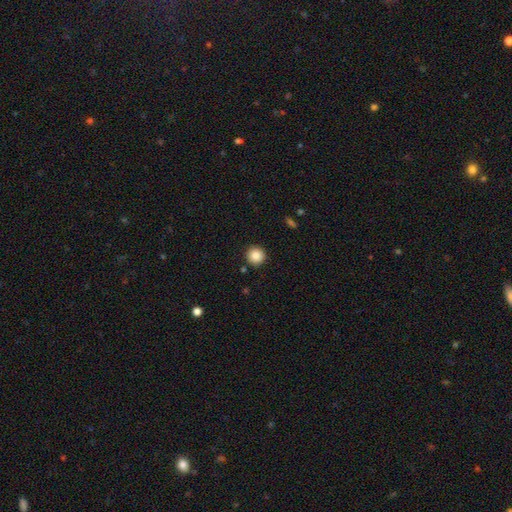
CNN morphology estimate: Smooth or featured?
  - smooth: 87% *
  - star or artifact: 9%
  - featured or disk: 4%
How rounded?
  - round: 95% *
  - in between: 4%
  - cigar-shaped: 1%
Merging?
  - none: 90% *
  - minor disturbance: 6%
  - major disturbance: 2%
  - merger: 2%